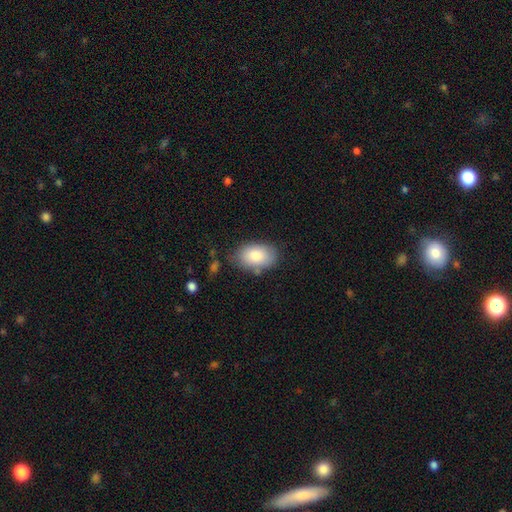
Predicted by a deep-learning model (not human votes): A smooth galaxy with no disk features (83%) that is in between round and cigar-shaped (90%). Merging: none (75%).